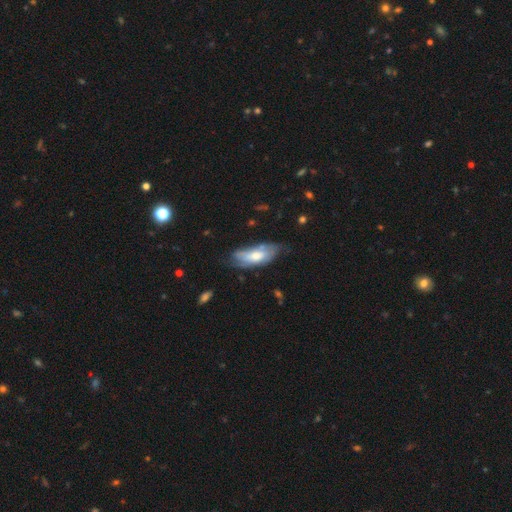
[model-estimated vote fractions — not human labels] This is possibly a smooth galaxy (50%). How rounded: likely in between (79%). Merging: possibly none (50%).